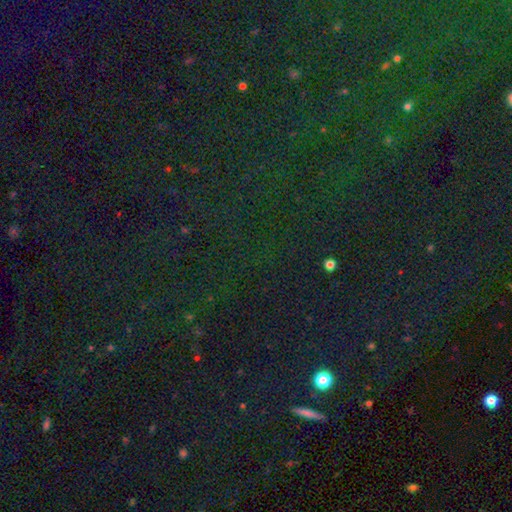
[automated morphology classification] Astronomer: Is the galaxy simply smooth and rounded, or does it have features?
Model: star or artifact — 79%.